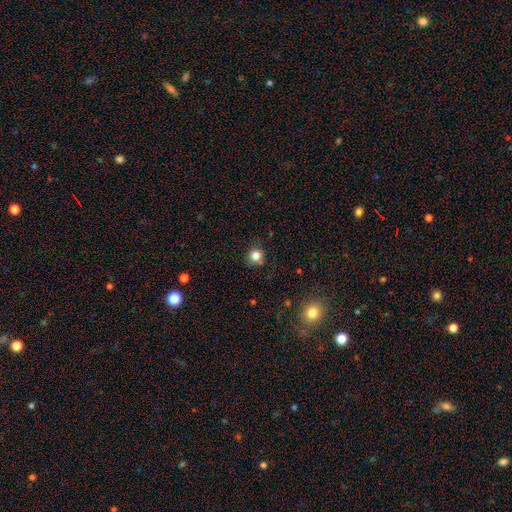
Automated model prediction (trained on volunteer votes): Q: Smooth or featured?
A: smooth (82%); runner-up: star or artifact (13%)
Q: How rounded?
A: round (92%); runner-up: in between (7%)
Q: Merging?
A: none (85%); runner-up: minor disturbance (10%)